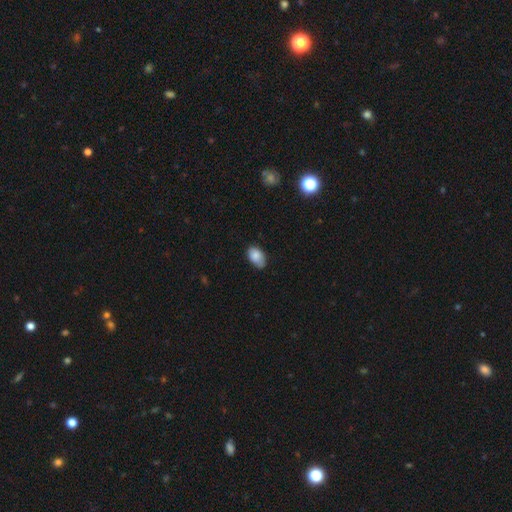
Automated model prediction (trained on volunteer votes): A smooth galaxy with no disk features (84%) that is in between round and cigar-shaped (90%).

Vote fractions:
- Smooth or featured? smooth: 84% / featured or disk: 8% / star or artifact: 8%
- How rounded? in between: 90% / round: 8% / cigar-shaped: 1%
- Merging? none: 61% / minor disturbance: 32% / major disturbance: 5% / merger: 2%